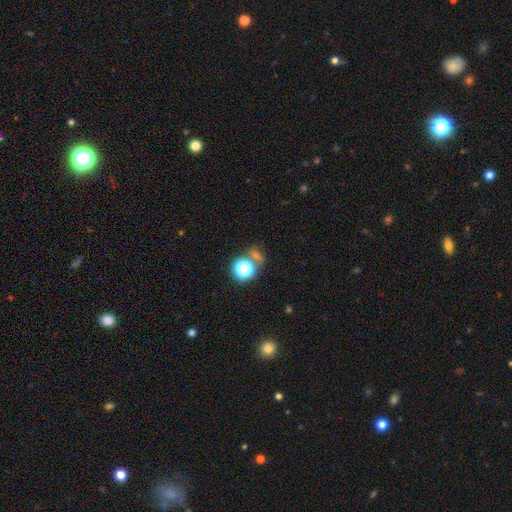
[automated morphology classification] Q: Smooth or featured?
A: smooth (46%); runner-up: star or artifact (45%)
Q: Merging?
A: none (65%); runner-up: merger (19%)